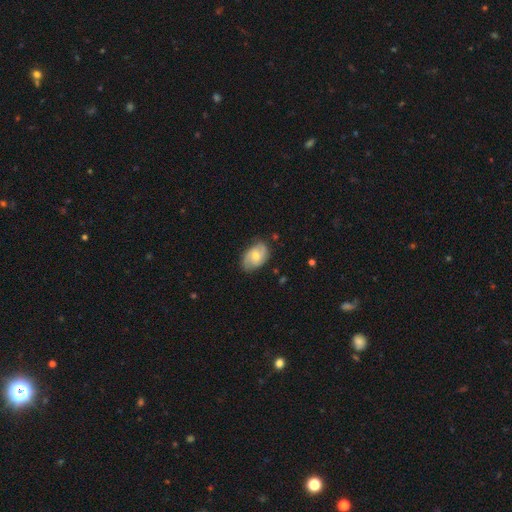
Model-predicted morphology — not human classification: The model was most divided on "bulge size": moderate: 56%, small: 38%, large: 3%, none: 2%, dominant: 1%. More confident: edge-on disk — no (96%); spiral arms — yes (86%); merging — none (74%); smooth or featured — featured or disk (58%); bar — no (57%).